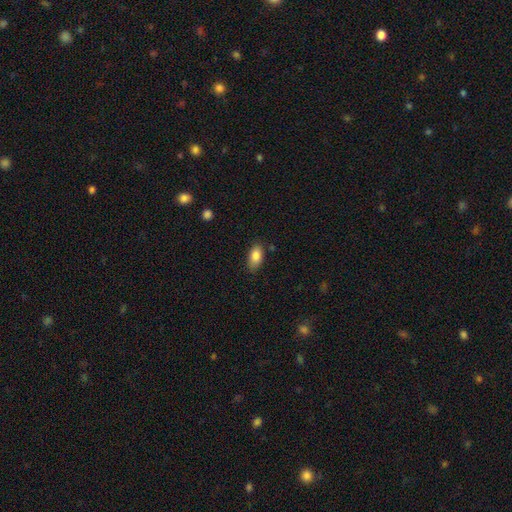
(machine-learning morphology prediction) type=smooth (86%); roundness=in between (91%); merging=none (79%).